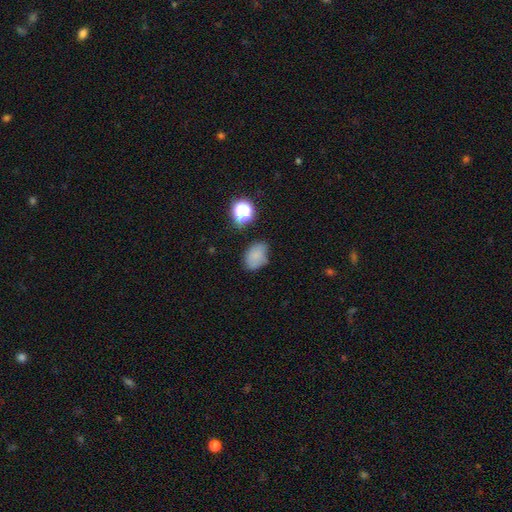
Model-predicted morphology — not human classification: Overall: smooth (75%). How rounded: in between (72%). Merging: none (62%; minor disturbance 27%).